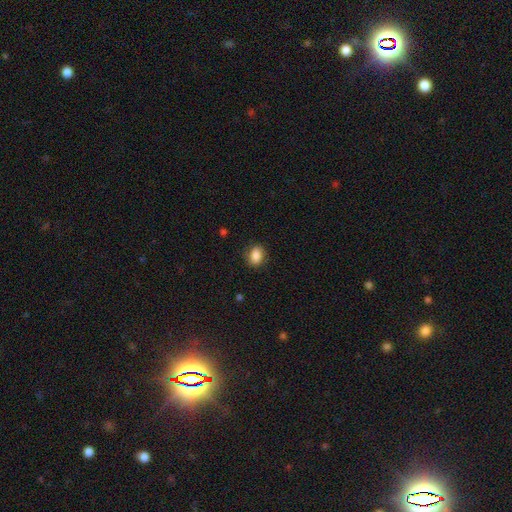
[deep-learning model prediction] Morphology: type=smooth (85%); roundness=in between (70%); merging=none (82%).